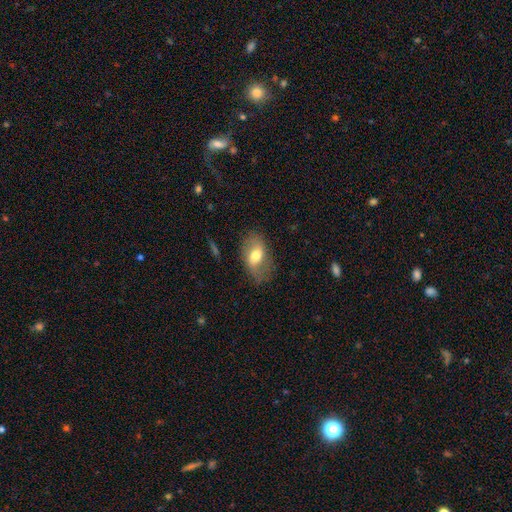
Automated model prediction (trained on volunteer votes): Smooth or featured: smooth — 56% (featured or disk — 36%)
How rounded: in between — 87% (round — 10%)
Merging: none — 72% (minor disturbance — 19%)